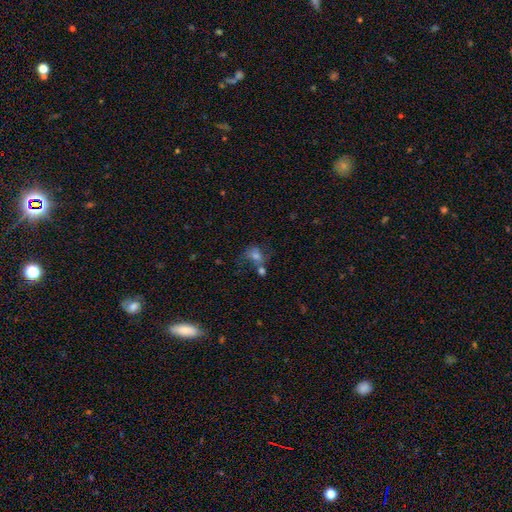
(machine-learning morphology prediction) type=smooth (52%); roundness=in between (52%); merging=none (35%).